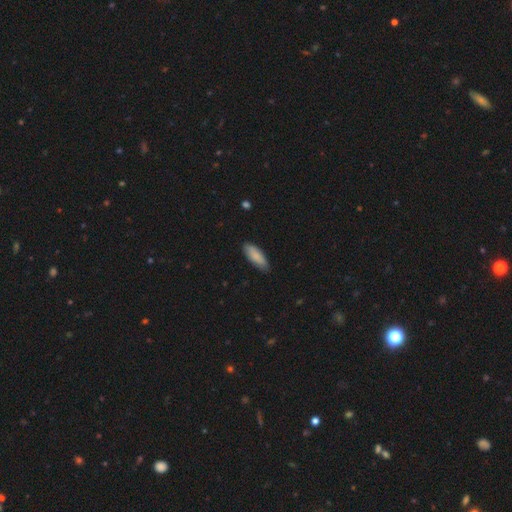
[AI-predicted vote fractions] Q: Smooth or featured?
A: smooth (87%); runner-up: featured or disk (8%)
Q: How rounded?
A: in between (67%); runner-up: cigar-shaped (32%)
Q: Merging?
A: none (82%); runner-up: minor disturbance (15%)